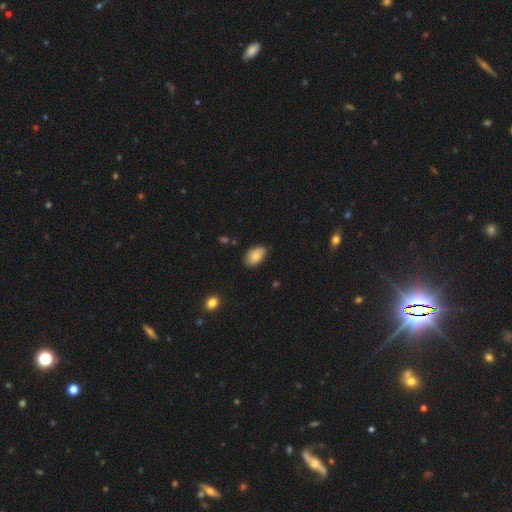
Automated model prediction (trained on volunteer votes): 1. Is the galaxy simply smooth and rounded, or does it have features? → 82% smooth, 10% featured or disk, 7% star or artifact.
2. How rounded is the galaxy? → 92% in between, 7% round, 1% cigar-shaped.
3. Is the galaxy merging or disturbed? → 72% none, 23% minor disturbance, 3% major disturbance, 1% merger.